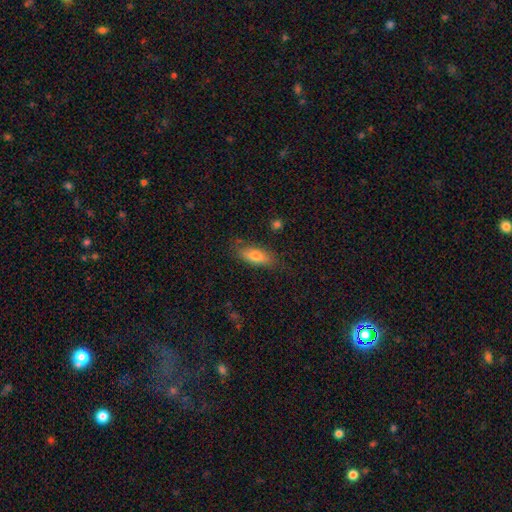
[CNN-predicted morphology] A smooth galaxy with no disk features (72%) that is in between round and cigar-shaped (69%). Merging: none (77%).